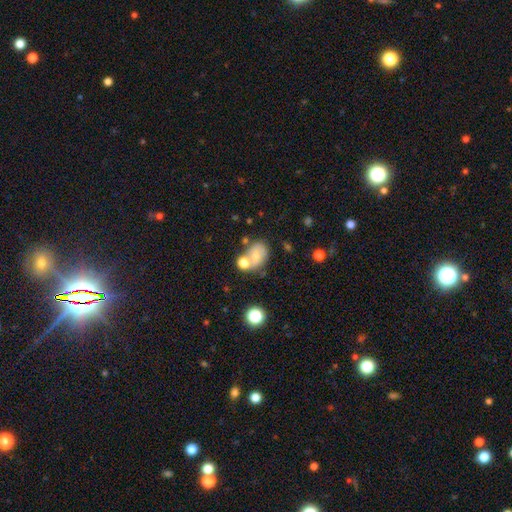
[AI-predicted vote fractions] smooth-or-featured: smooth: 62% | featured or disk: 26% | star or artifact: 12%
  how-rounded: in between: 66% | round: 33% | cigar-shaped: 1%
  merging: none: 43% | merger: 31% | minor disturbance: 18% | major disturbance: 8%